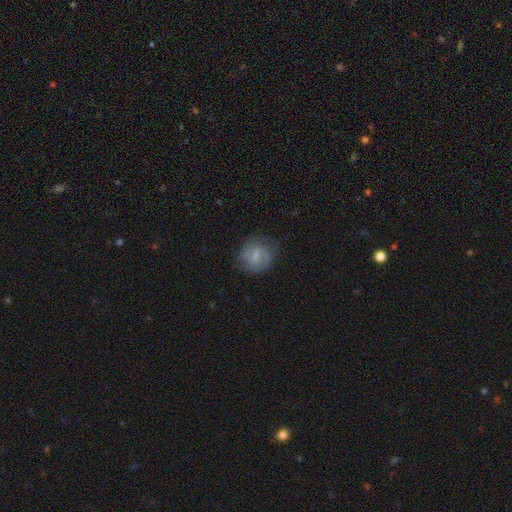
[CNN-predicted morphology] Smooth or featured? Predicted: featured or disk (p=0.50). Edge-on disk? Predicted: no (p=0.97). Merging? Predicted: none (p=0.70).